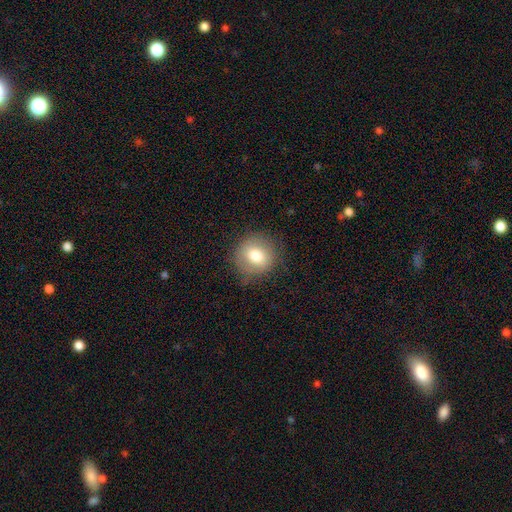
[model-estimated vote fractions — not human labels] This is likely a smooth galaxy (76%). How rounded: clearly round (85%). Merging: likely none (77%).